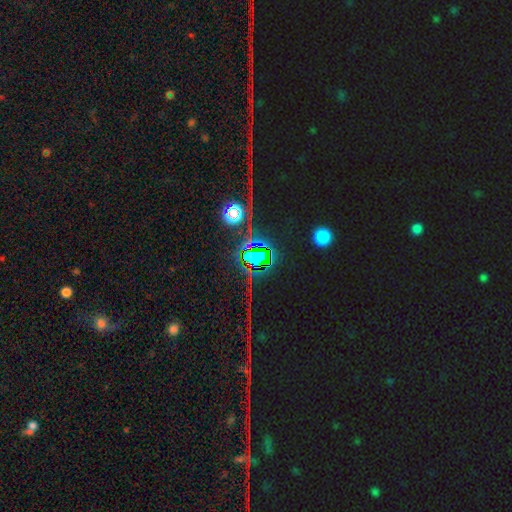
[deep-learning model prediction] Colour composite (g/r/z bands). It shows a star or artifact, not a galaxy (83%).